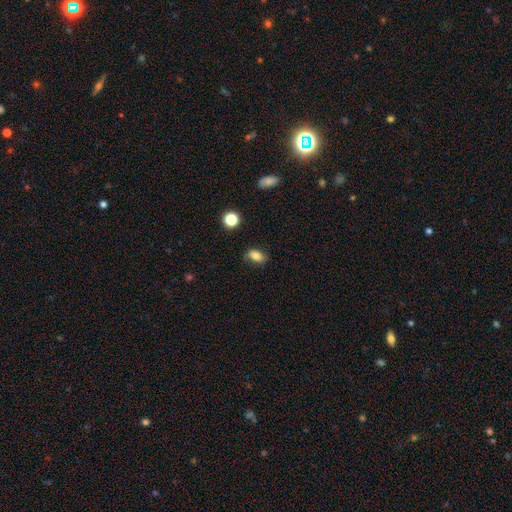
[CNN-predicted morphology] smooth-or-featured: smooth: 79% | star or artifact: 11% | featured or disk: 10%
  how-rounded: in between: 85% | round: 11% | cigar-shaped: 3%
  merging: none: 73% | minor disturbance: 21% | major disturbance: 5% | merger: 2%